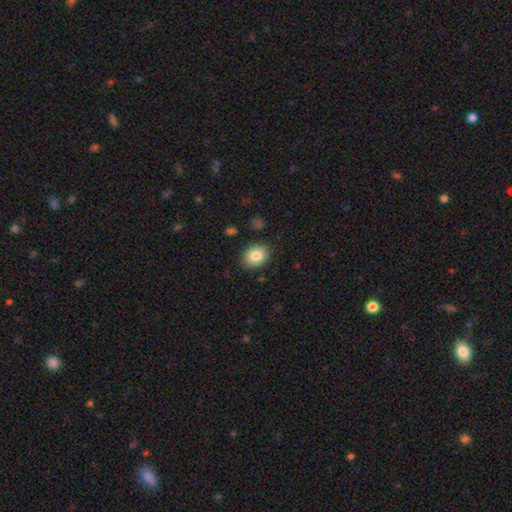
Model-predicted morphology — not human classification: A smooth galaxy with no disk features (83%) that is in between round and cigar-shaped (53%).

Vote fractions:
- Smooth or featured? smooth: 83% / star or artifact: 9% / featured or disk: 8%
- How rounded? in between: 53% / round: 46% / cigar-shaped: 1%
- Merging? none: 86% / minor disturbance: 10% / major disturbance: 2% / merger: 2%